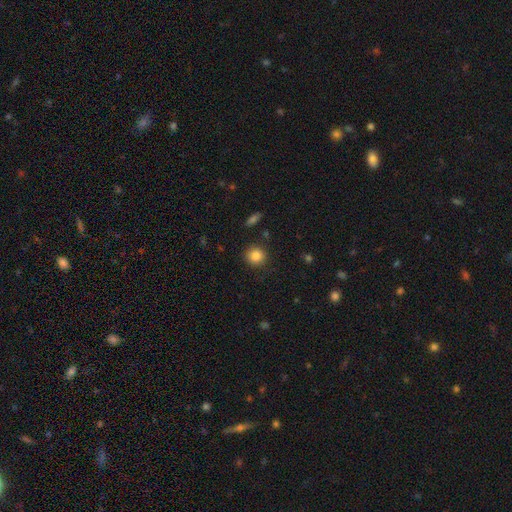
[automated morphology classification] type=smooth (85%); roundness=round (91%); merging=none (88%).